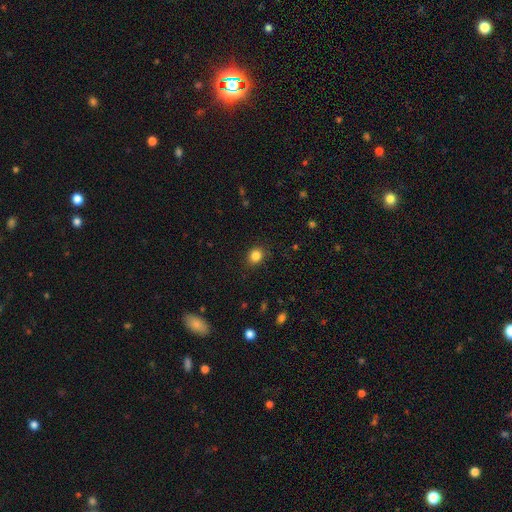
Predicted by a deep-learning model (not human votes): Smooth or featured?
  - smooth: 85% *
  - star or artifact: 11%
  - featured or disk: 4%
How rounded?
  - round: 67% *
  - in between: 32%
  - cigar-shaped: 1%
Merging?
  - none: 87% *
  - minor disturbance: 9%
  - major disturbance: 3%
  - merger: 1%